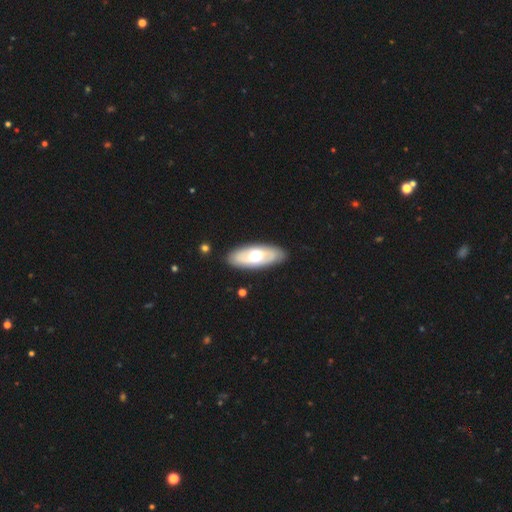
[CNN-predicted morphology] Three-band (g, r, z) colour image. It shows a featured or disk galaxy (49%). Merging: none (88%).